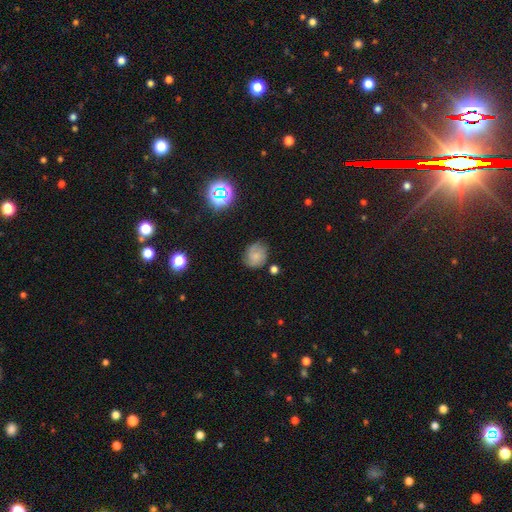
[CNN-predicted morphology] Smooth or featured? Predicted: smooth (p=0.58). How rounded? Predicted: round (p=0.70). Merging? Predicted: none (p=0.72).